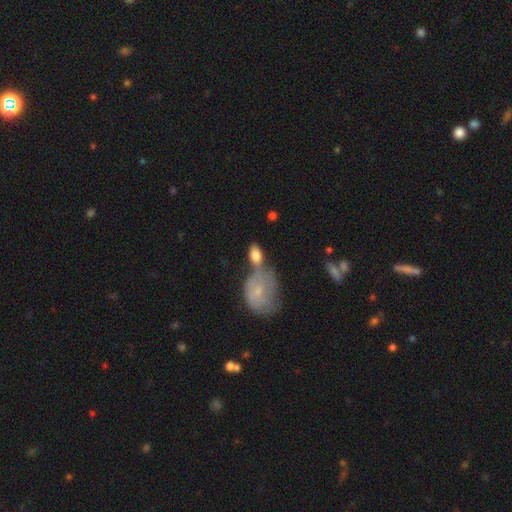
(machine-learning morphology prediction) Q: Smooth or featured?
A: smooth (74%); runner-up: featured or disk (19%)
Q: How rounded?
A: in between (85%); runner-up: round (12%)
Q: Merging?
A: merger (43%); runner-up: none (33%)